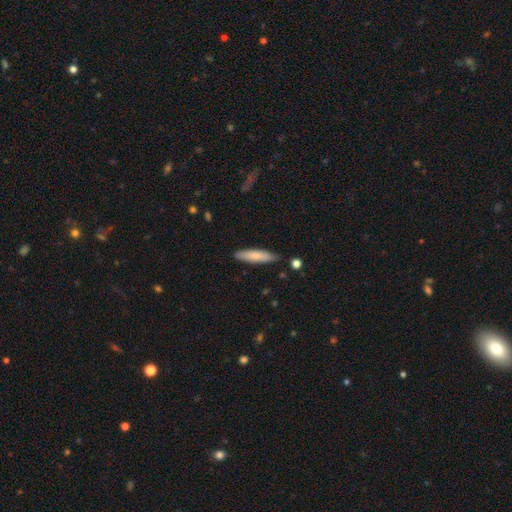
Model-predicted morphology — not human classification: This appears to be a smooth galaxy with no disk features (76%) that is cigar-shaped (78%). Merging: none (82%).